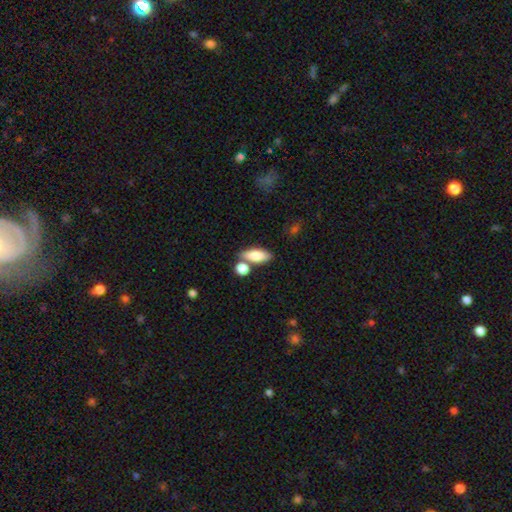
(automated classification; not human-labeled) smooth_or_featured: smooth (p=0.78) [alt: featured or disk p=0.15]
how_rounded: in between (p=0.74) [alt: cigar-shaped p=0.20]
merging: none (p=0.63) [alt: merger p=0.22]